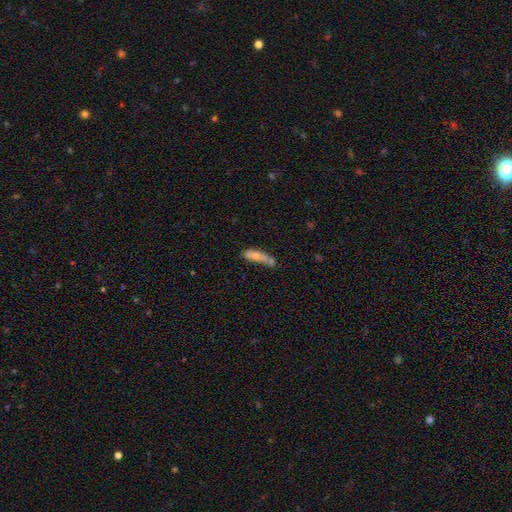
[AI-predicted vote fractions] smooth 65%, featured or disk 27%, star or artifact 9%. Down the decision tree: how rounded — in between (51%); merging — none (36%).